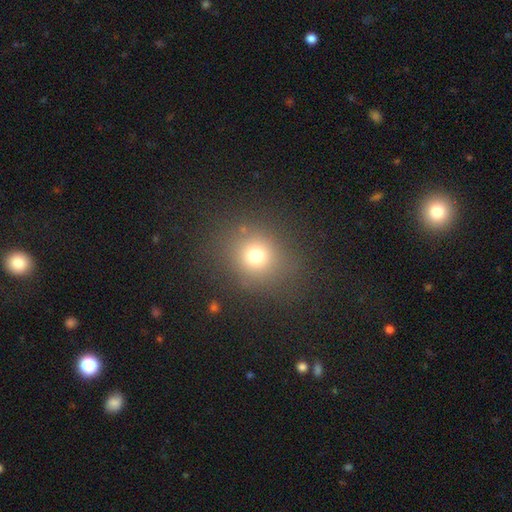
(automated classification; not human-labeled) A smooth galaxy with no disk features (72%) that is round (79%).

Vote fractions:
- Smooth or featured? smooth: 72% / star or artifact: 18% / featured or disk: 9%
- How rounded? round: 79% / in between: 20% / cigar-shaped: 1%
- Merging? none: 81% / minor disturbance: 10% / major disturbance: 7% / merger: 2%